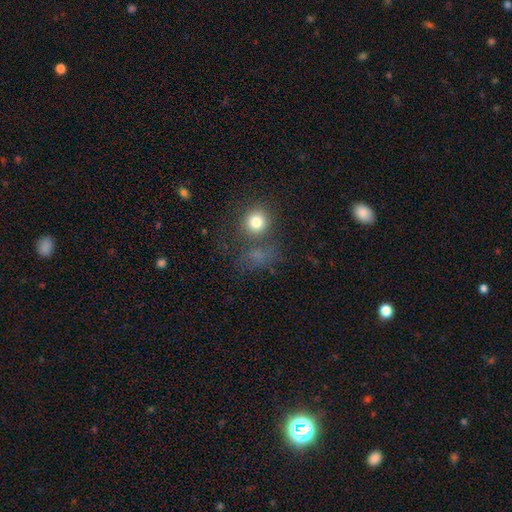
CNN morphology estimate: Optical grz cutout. It shows a smooth galaxy with no disk features (58%) that is round (67%). Merging: none (56%).